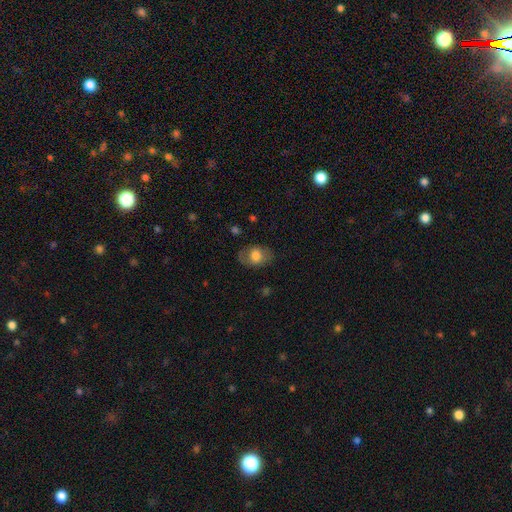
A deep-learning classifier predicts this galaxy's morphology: A smooth galaxy with no disk features (69%) that is in between round and cigar-shaped (77%). Merging: none (75%).